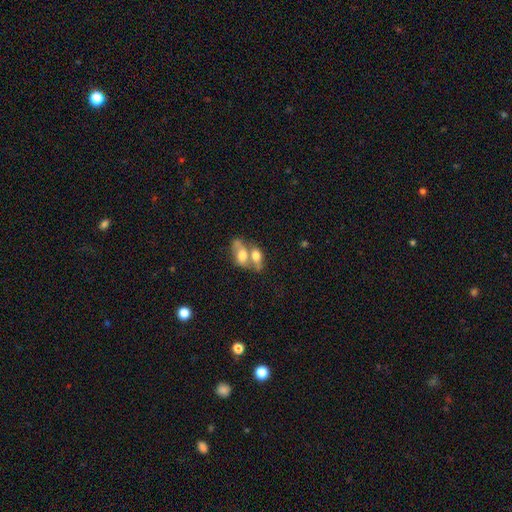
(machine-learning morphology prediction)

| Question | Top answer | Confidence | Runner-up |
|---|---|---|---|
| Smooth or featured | smooth | 63% | featured or disk (29%) |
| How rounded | in between | 80% | round (14%) |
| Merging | merger | 72% | none (16%) |